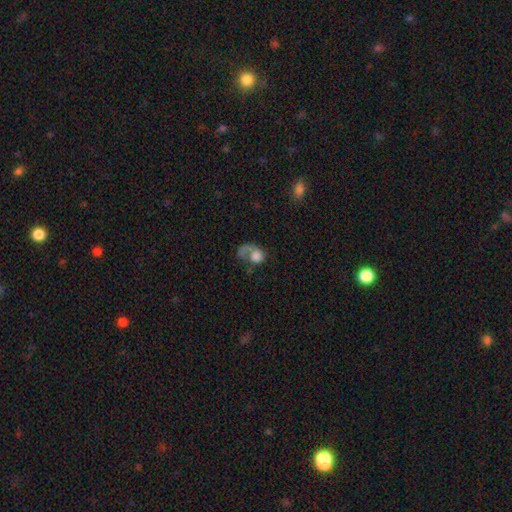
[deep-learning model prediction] Smooth or featured?
  - smooth: 57% *
  - featured or disk: 33%
  - star or artifact: 10%
How rounded?
  - round: 54% *
  - in between: 44%
  - cigar-shaped: 2%
Merging?
  - major disturbance: 45% *
  - none: 27%
  - minor disturbance: 14%
  - merger: 14%